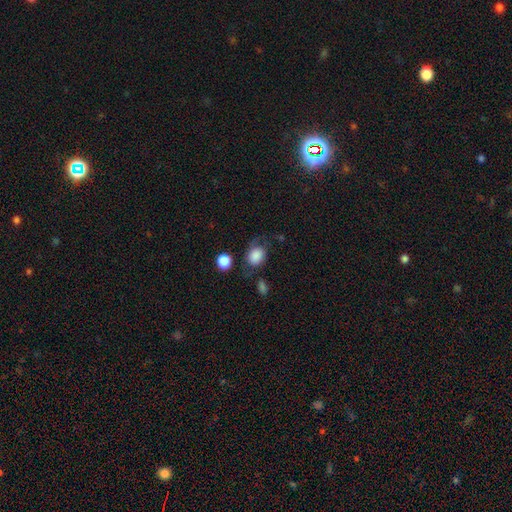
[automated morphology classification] Smooth or featured? Predicted: smooth (p=0.79). How rounded? Predicted: round (p=0.51). Merging? Predicted: none (p=0.50).